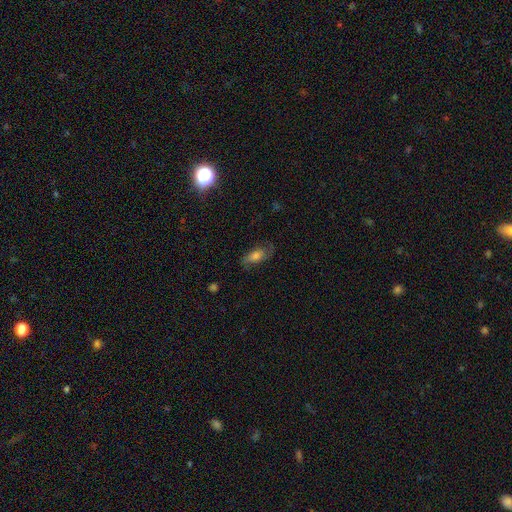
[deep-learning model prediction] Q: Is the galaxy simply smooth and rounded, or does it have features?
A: featured or disk — 45%.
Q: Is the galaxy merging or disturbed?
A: none — 69%.